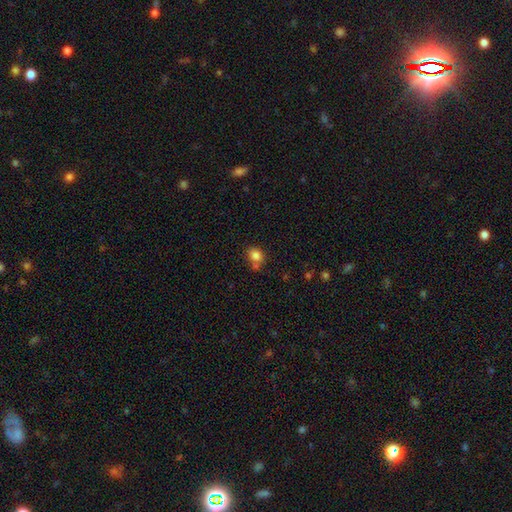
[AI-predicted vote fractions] Overall: smooth (83%). How rounded: round (66%; in between 33%). Merging: none (62%).